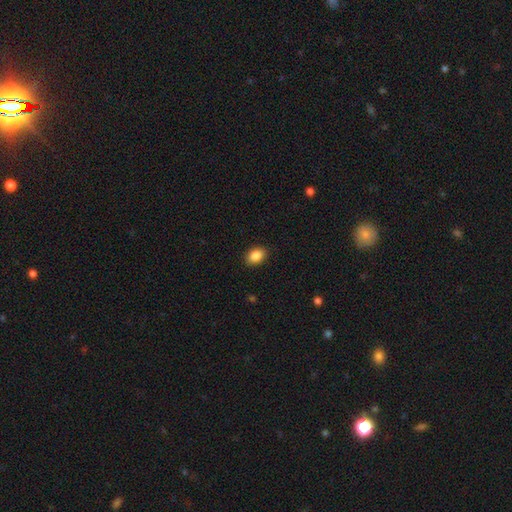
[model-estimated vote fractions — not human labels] Smooth or featured: smooth — 88% (star or artifact — 8%)
How rounded: in between — 75% (round — 24%)
Merging: none — 89% (minor disturbance — 8%)